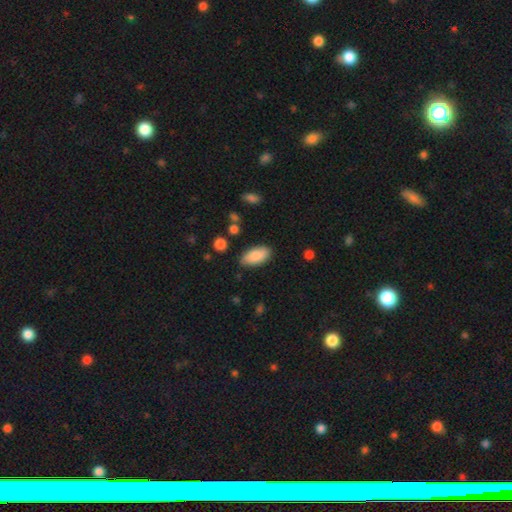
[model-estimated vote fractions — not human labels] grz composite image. It shows a smooth galaxy with no disk features (86%) that is in between round and cigar-shaped (91%). Merging: none (83%).